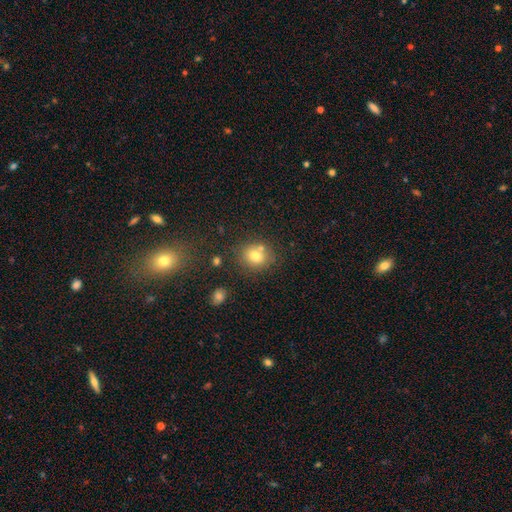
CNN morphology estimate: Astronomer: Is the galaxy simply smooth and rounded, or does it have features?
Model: smooth — 76%.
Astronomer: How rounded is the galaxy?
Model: round — 67%.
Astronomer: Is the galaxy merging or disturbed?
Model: none — 65%.